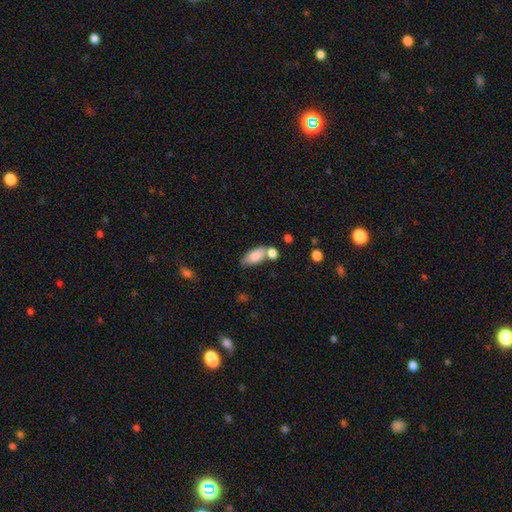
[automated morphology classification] smooth-or-featured: smooth: 79% | featured or disk: 14% | star or artifact: 7%
  how-rounded: in between: 88% | cigar-shaped: 8% | round: 4%
  merging: none: 49% | merger: 29% | minor disturbance: 17% | major disturbance: 6%